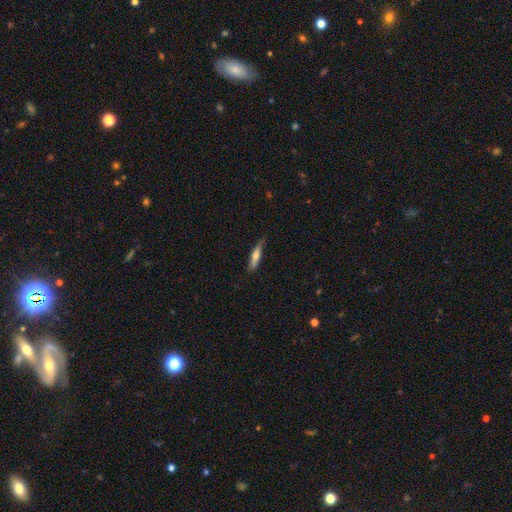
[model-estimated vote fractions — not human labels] Overall: smooth (62%; featured or disk 32%). How rounded: cigar-shaped (84%). Merging: none (76%).